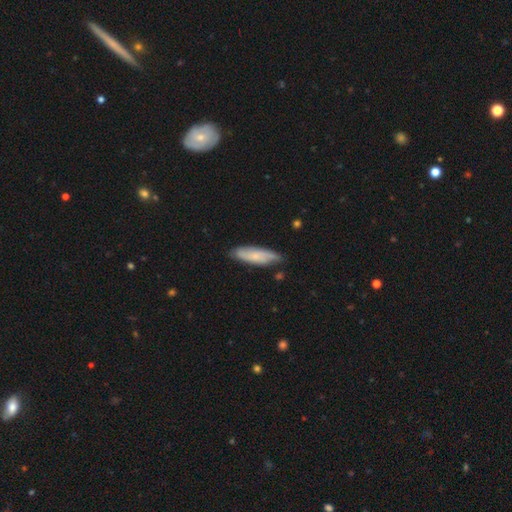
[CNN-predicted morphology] Smooth or featured? Predicted: smooth (p=0.64). How rounded? Predicted: cigar-shaped (p=0.58). Merging? Predicted: none (p=0.75).